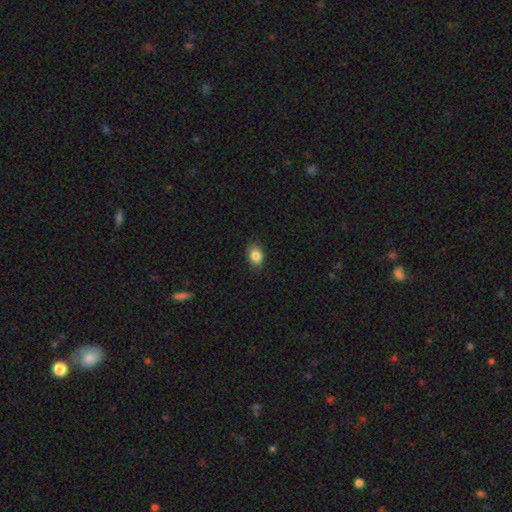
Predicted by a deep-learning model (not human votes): This appears to be a smooth galaxy with no disk features (85%) that is in between round and cigar-shaped (77%). Merging: none (87%).